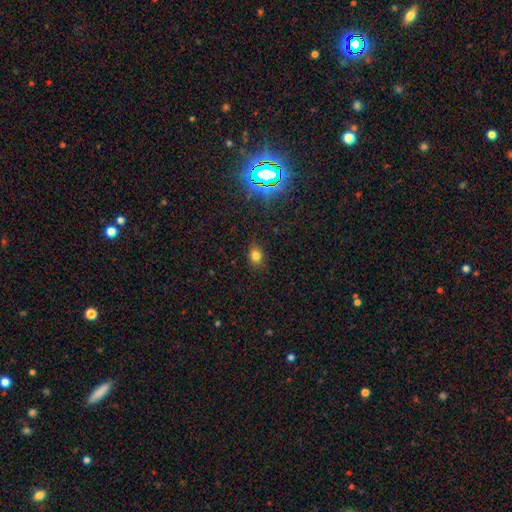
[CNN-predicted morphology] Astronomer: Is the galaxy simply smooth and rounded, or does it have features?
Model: smooth — 76%.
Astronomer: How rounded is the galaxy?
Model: in between — 52% (runner-up: round, 47%).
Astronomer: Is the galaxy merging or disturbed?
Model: none — 85%.